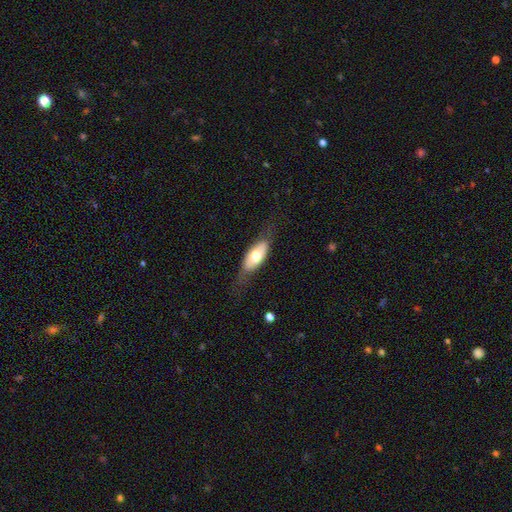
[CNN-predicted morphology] Smooth or featured?
  - smooth: 59% *
  - featured or disk: 36%
  - star or artifact: 6%
How rounded?
  - in between: 81% *
  - cigar-shaped: 15%
  - round: 3%
Merging?
  - none: 69% *
  - minor disturbance: 20%
  - major disturbance: 10%
  - merger: 1%